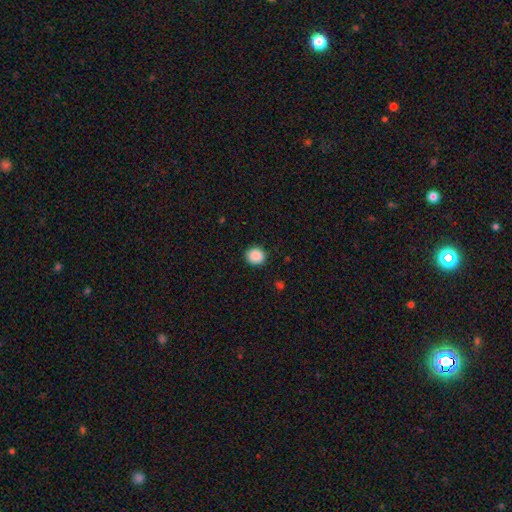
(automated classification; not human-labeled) Q: Smooth or featured?
A: smooth (89%); runner-up: star or artifact (9%)
Q: How rounded?
A: round (84%); runner-up: in between (15%)
Q: Merging?
A: none (90%); runner-up: minor disturbance (7%)